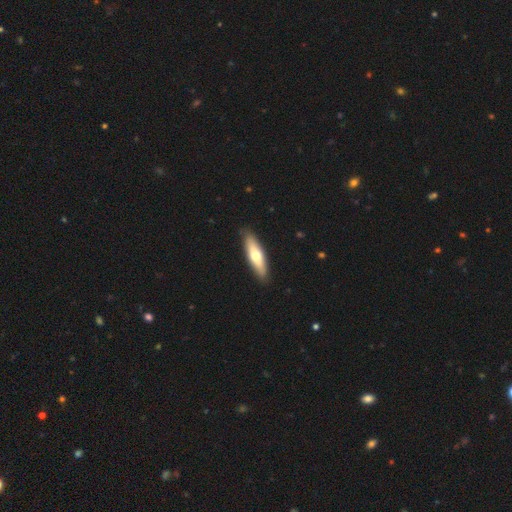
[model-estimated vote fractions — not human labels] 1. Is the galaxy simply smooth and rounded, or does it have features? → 57% smooth, 39% featured or disk, 5% star or artifact.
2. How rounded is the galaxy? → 60% cigar-shaped, 38% in between, 2% round.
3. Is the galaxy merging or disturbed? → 89% none, 9% minor disturbance, 2% major disturbance, 1% merger.